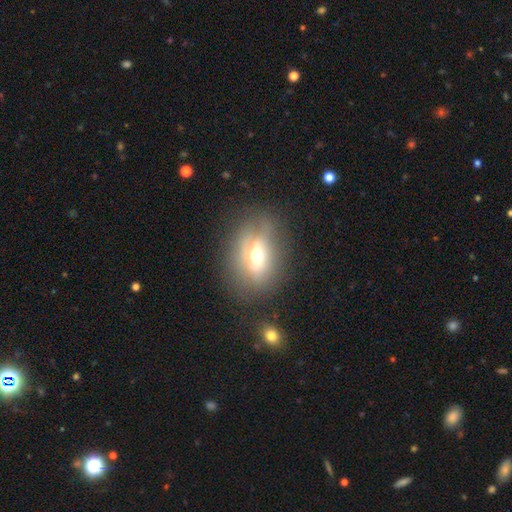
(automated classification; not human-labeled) smooth_or_featured: smooth (p=0.48) [alt: featured or disk p=0.38]
merging: none (p=0.62) [alt: minor disturbance p=0.23]